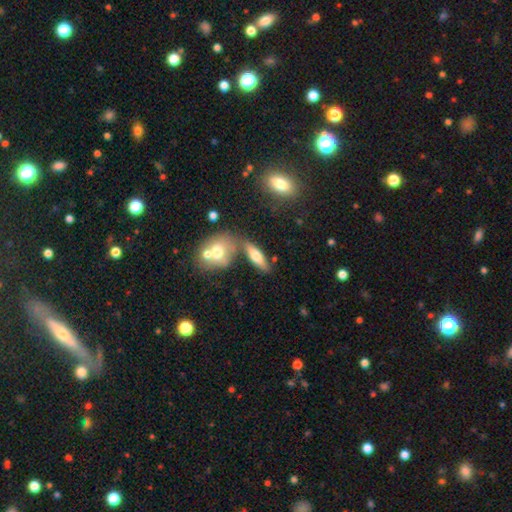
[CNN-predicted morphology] The model was most divided on "how rounded": in between: 52%, cigar-shaped: 42%, round: 6%. More confident: merging — none (60%); smooth or featured — smooth (58%).